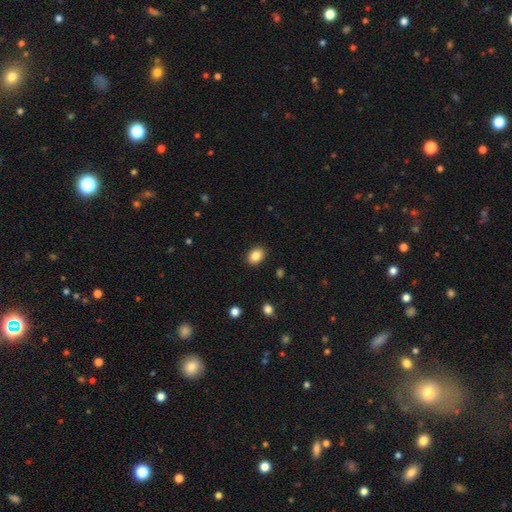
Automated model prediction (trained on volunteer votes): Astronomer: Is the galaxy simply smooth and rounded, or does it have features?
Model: smooth — 86%.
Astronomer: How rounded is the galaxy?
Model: in between — 68%.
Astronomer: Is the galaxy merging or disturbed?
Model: none — 89%.